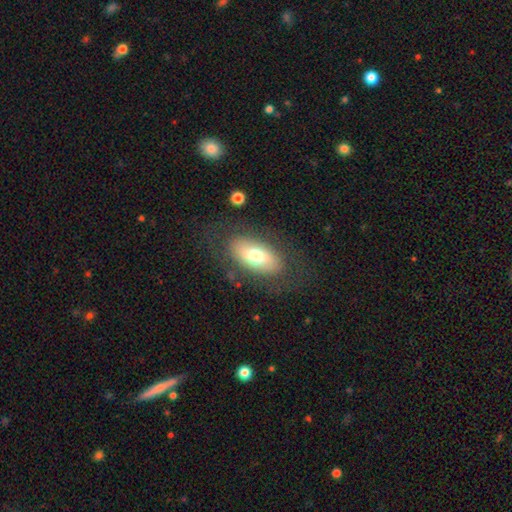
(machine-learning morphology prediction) Q: Smooth or featured?
A: smooth (66%); runner-up: featured or disk (27%)
Q: How rounded?
A: in between (91%); runner-up: round (5%)
Q: Merging?
A: none (77%); runner-up: minor disturbance (13%)